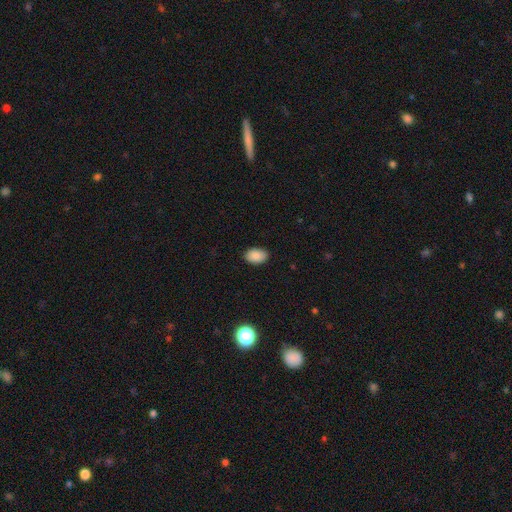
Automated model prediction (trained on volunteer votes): A smooth galaxy with no disk features (89%) that is in between round and cigar-shaped (88%).

Vote fractions:
- Smooth or featured? smooth: 89% / star or artifact: 8% / featured or disk: 3%
- How rounded? in between: 88% / round: 11% / cigar-shaped: 1%
- Merging? none: 88% / minor disturbance: 9% / major disturbance: 2% / merger: 1%